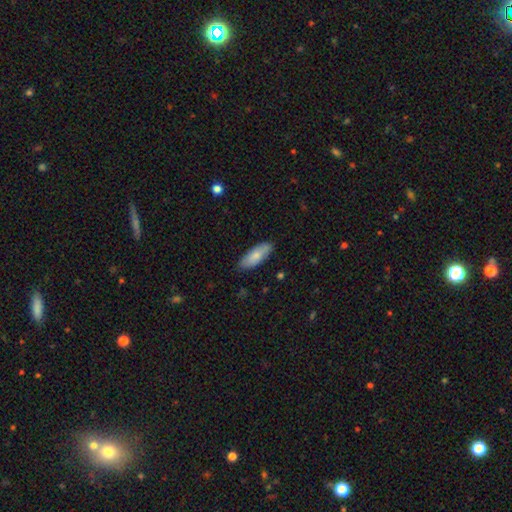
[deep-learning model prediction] This appears to be a smooth galaxy with no disk features (78%) that is in between round and cigar-shaped (77%). Merging: none (84%).